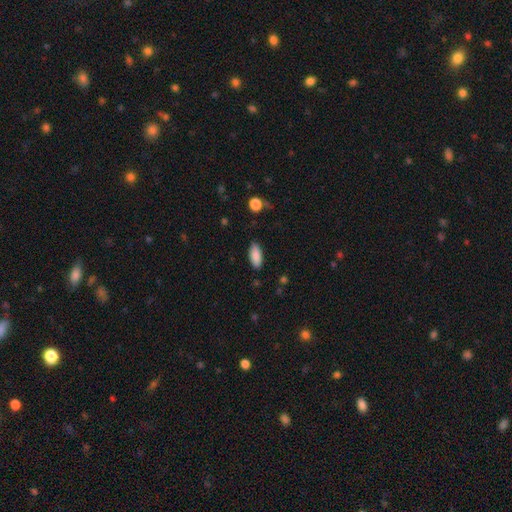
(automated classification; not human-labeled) Smooth or featured? smooth (88%)
How rounded? in between (83%)
Merging? none (85%)